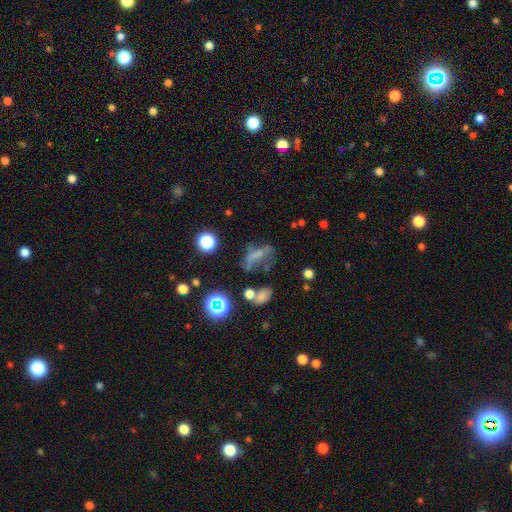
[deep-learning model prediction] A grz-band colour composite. It shows a smooth galaxy with no disk features (47%). Merging: none (37%).